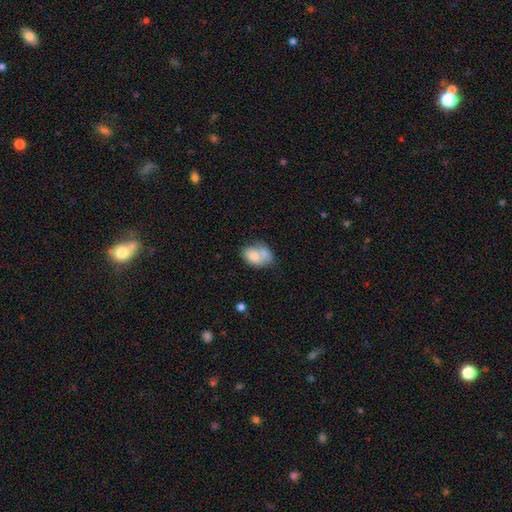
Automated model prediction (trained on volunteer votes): Morphology: type=smooth (73%); roundness=in between (78%); merging=merger (53%).